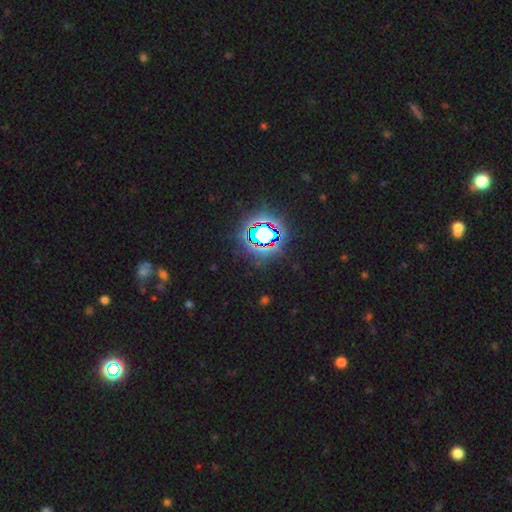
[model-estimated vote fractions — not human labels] A star or artifact, not a galaxy (82%).